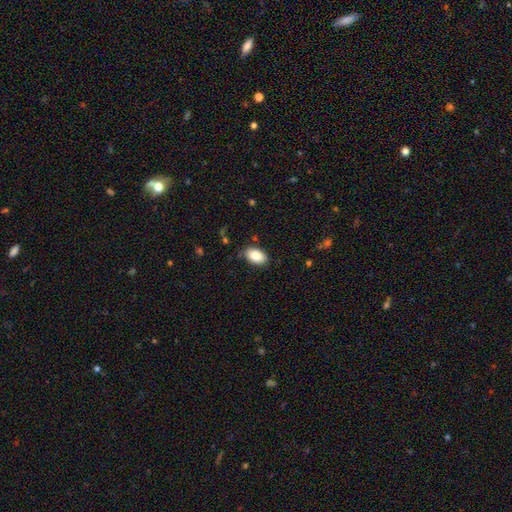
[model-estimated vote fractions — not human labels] smooth_or_featured: smooth (p=0.88) [alt: star or artifact p=0.07]
how_rounded: in between (p=0.92) [alt: round p=0.07]
merging: none (p=0.84) [alt: minor disturbance p=0.12]